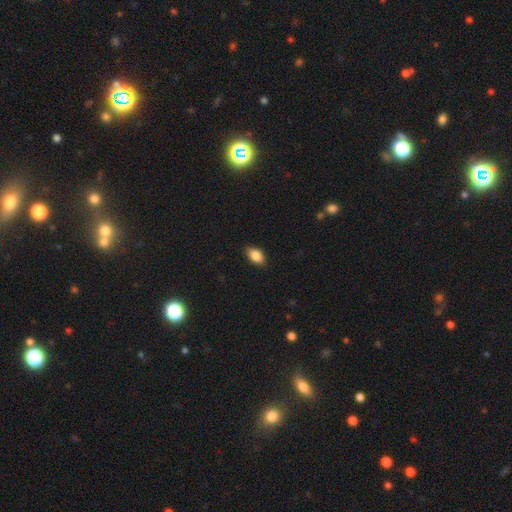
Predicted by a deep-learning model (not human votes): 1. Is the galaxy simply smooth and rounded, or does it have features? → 85% smooth, 8% star or artifact, 7% featured or disk.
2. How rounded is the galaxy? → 90% in between, 6% round, 3% cigar-shaped.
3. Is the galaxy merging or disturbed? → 87% none, 10% minor disturbance, 2% major disturbance, 1% merger.